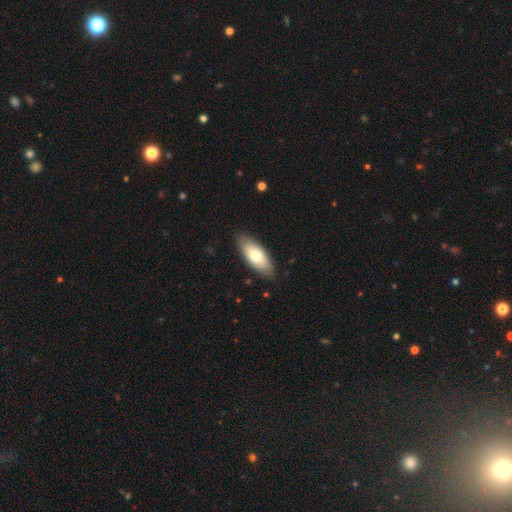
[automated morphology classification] smooth-or-featured: smooth: 75% | featured or disk: 20% | star or artifact: 5%
  how-rounded: in between: 83% | cigar-shaped: 15% | round: 2%
  merging: none: 85% | minor disturbance: 11% | major disturbance: 2% | merger: 1%